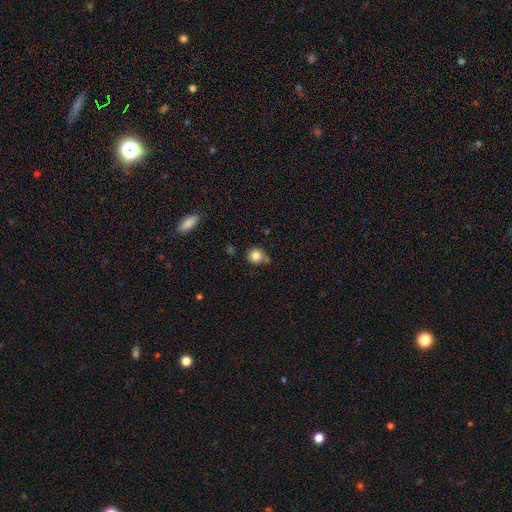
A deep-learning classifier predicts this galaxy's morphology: Smooth or featured: smooth — 83% (star or artifact — 10%)
How rounded: round — 87% (in between — 12%)
Merging: none — 65% (minor disturbance — 21%)